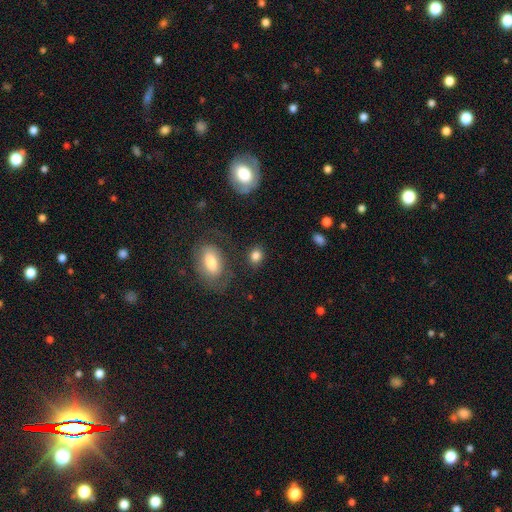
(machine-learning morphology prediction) smooth-or-featured: smooth: 82% | star or artifact: 10% | featured or disk: 8%
  how-rounded: round: 57% | in between: 41% | cigar-shaped: 2%
  merging: none: 78% | minor disturbance: 11% | major disturbance: 5% | merger: 5%